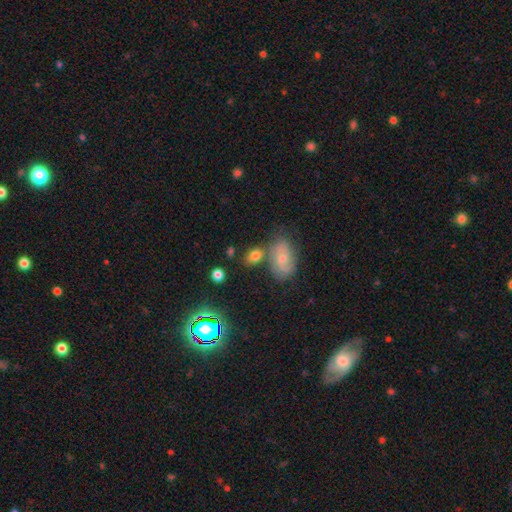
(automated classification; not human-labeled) A smooth galaxy with no disk features (67%) that is in between round and cigar-shaped (67%).

Vote fractions:
- Smooth or featured? smooth: 67% / star or artifact: 18% / featured or disk: 15%
- How rounded? in between: 67% / round: 30% / cigar-shaped: 3%
- Merging? none: 62% / merger: 20% / minor disturbance: 13% / major disturbance: 5%